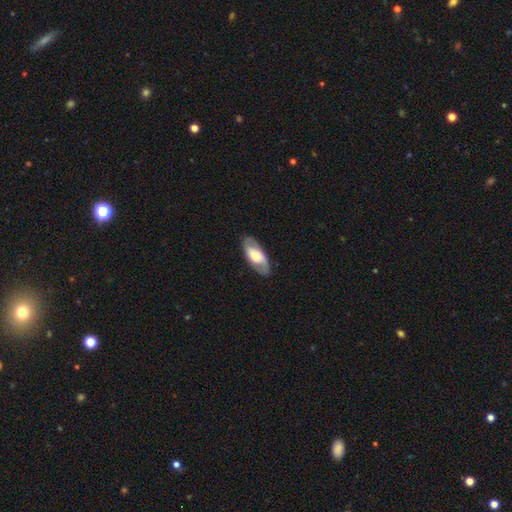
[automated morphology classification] smooth_or_featured: featured or disk (p=0.53) [alt: smooth p=0.41]
disk_edge_on: no (p=0.82) [alt: yes p=0.18]
merging: none (p=0.84) [alt: minor disturbance p=0.12]